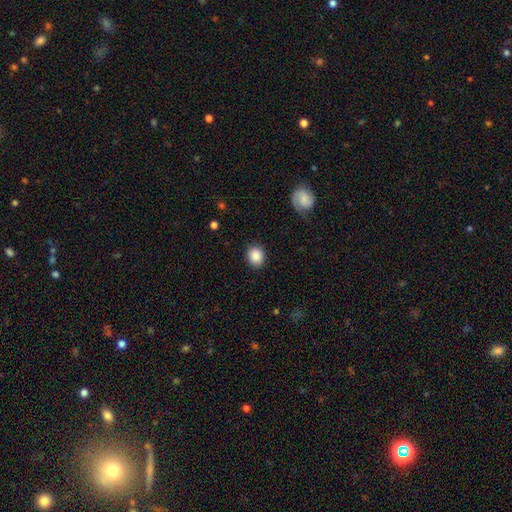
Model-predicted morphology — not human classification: type=smooth (88%); roundness=round (71%); merging=none (88%).